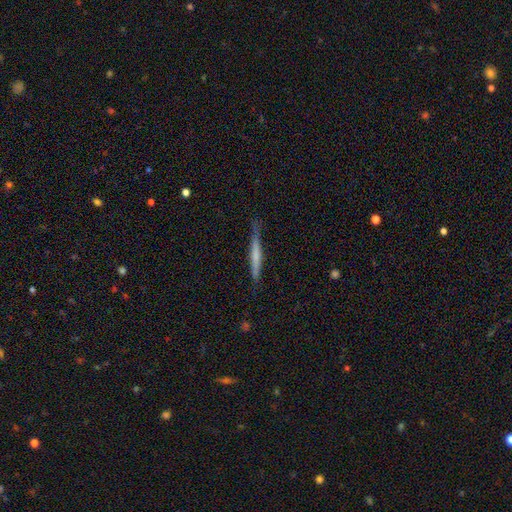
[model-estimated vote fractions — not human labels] Morphology: type=smooth (48%); merging=none (80%).